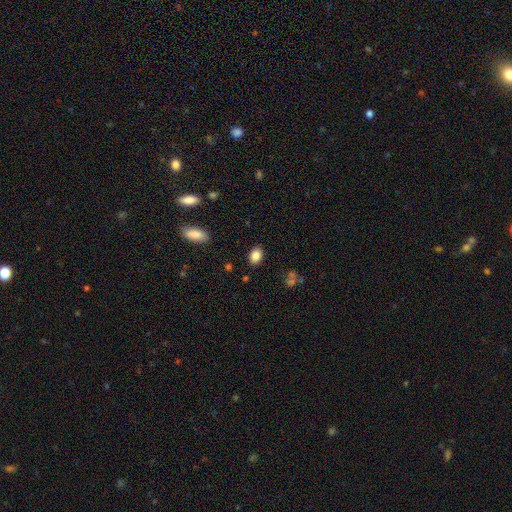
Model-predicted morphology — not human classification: smooth-or-featured: smooth: 85% | star or artifact: 9% | featured or disk: 6%
  how-rounded: in between: 76% | round: 23% | cigar-shaped: 1%
  merging: none: 86% | minor disturbance: 10% | major disturbance: 2% | merger: 2%